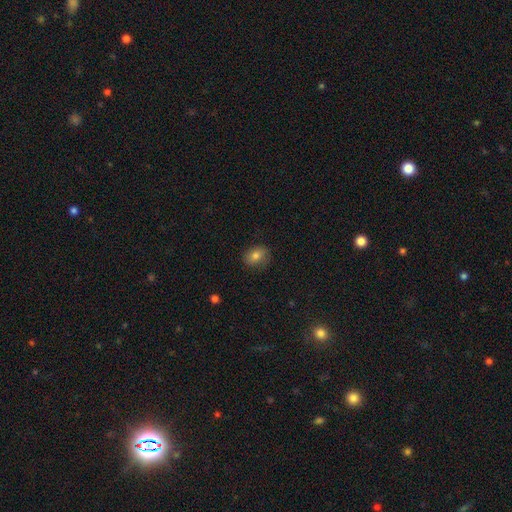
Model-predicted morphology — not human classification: smooth-or-featured: smooth: 78% | featured or disk: 12% | star or artifact: 10%
  how-rounded: in between: 64% | round: 35% | cigar-shaped: 1%
  merging: none: 81% | minor disturbance: 14% | major disturbance: 4% | merger: 1%